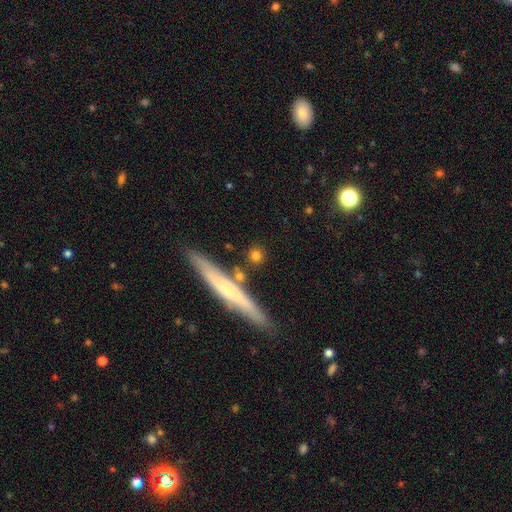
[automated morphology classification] smooth-or-featured: smooth: 73% | featured or disk: 18% | star or artifact: 8%
  how-rounded: round: 73% | cigar-shaped: 17% | in between: 10%
  merging: none: 81% | minor disturbance: 8% | merger: 8% | major disturbance: 3%